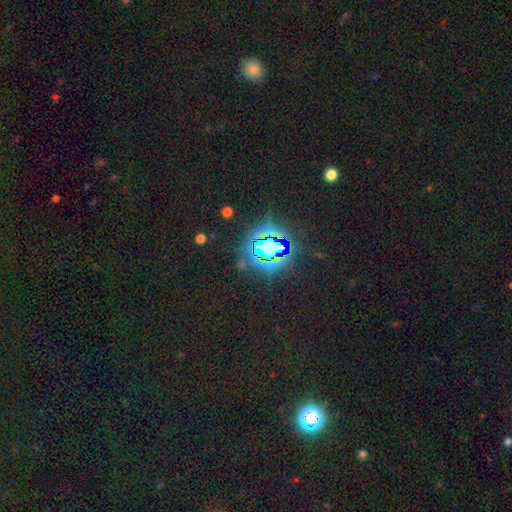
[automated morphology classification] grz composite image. It shows a star or artifact, not a galaxy (81%).